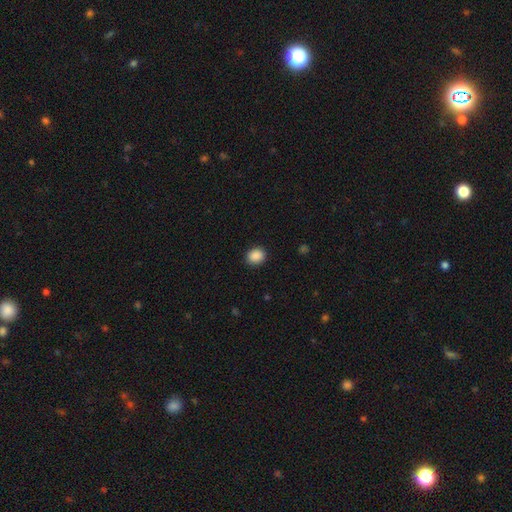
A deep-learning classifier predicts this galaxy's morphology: smooth 89%, star or artifact 9%, featured or disk 2%. Down the decision tree: how rounded — round (67%); merging — none (90%).